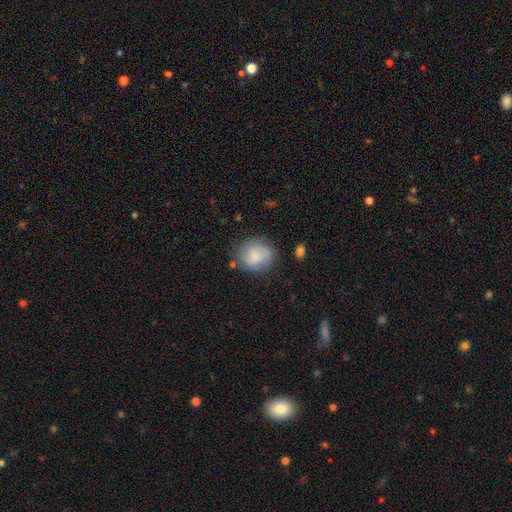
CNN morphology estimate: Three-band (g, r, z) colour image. It shows a smooth galaxy with no disk features (73%) that is round (80%). Merging: none (70%).